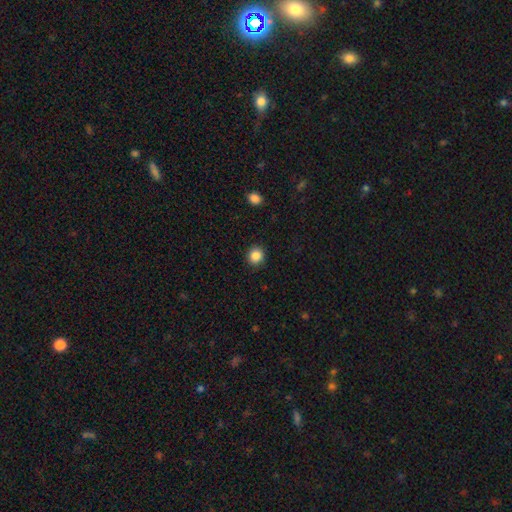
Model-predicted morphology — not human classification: smooth 86%, star or artifact 10%, featured or disk 4%. Down the decision tree: how rounded — round (89%); merging — none (91%).